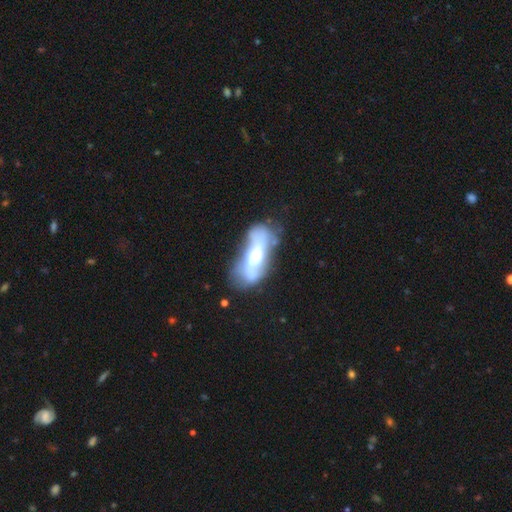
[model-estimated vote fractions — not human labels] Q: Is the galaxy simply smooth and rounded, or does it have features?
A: featured or disk — 62%.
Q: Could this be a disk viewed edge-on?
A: no — 84%.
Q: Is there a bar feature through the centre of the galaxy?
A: no — 55%.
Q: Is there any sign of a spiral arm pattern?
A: no — 57%.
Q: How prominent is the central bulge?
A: moderate — 58%.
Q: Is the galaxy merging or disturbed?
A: none — 45%.